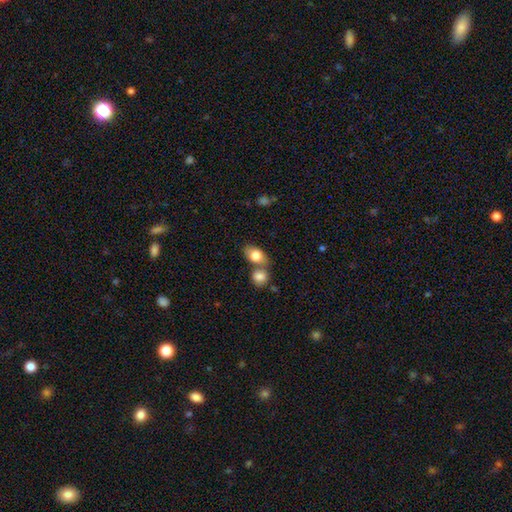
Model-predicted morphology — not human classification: Overall: smooth (81%). How rounded: in between (74%). Merging: merger (44%; none 43%).